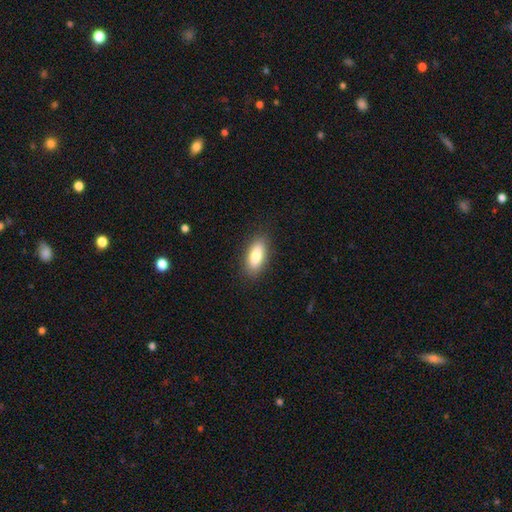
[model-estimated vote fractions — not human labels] smooth 81%, featured or disk 12%, star or artifact 7%. Down the decision tree: how rounded — in between (83%); merging — none (87%).